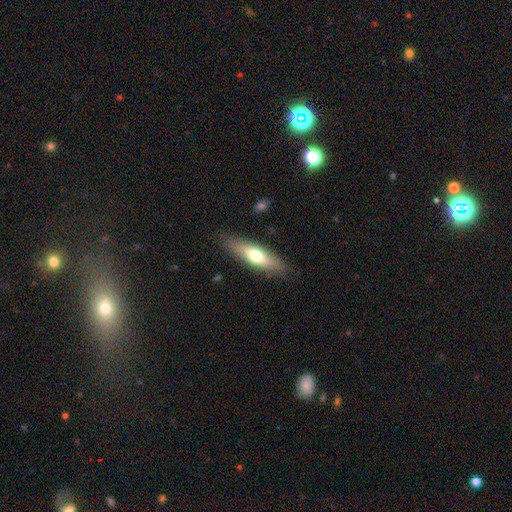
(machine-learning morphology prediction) Smooth or featured: smooth — 60% (featured or disk — 34%)
How rounded: cigar-shaped — 57% (in between — 41%)
Merging: none — 84% (minor disturbance — 12%)